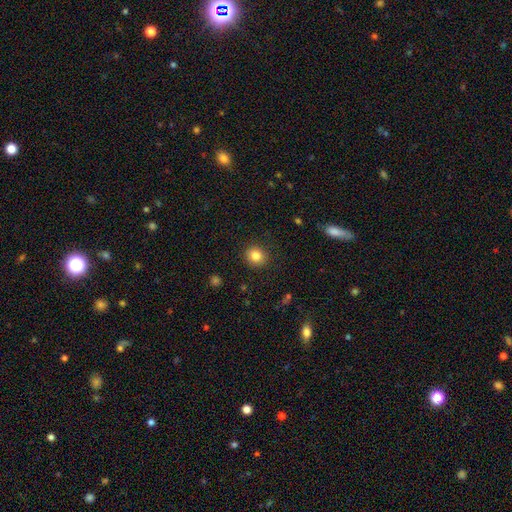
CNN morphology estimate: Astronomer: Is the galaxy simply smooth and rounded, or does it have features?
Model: smooth — 83%.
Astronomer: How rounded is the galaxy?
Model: round — 80%.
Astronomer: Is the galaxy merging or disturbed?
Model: none — 90%.